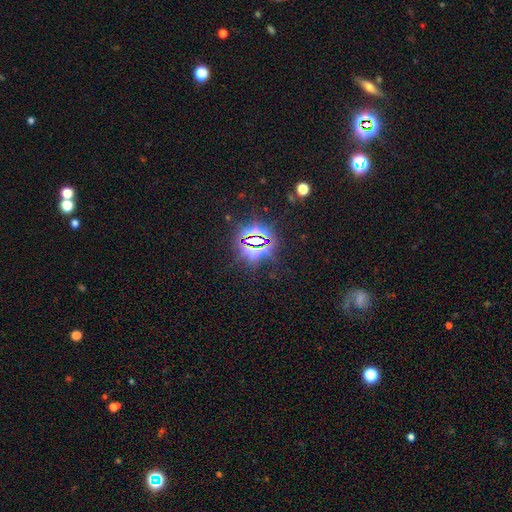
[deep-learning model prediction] Q: Smooth or featured?
A: star or artifact (81%); runner-up: smooth (12%)